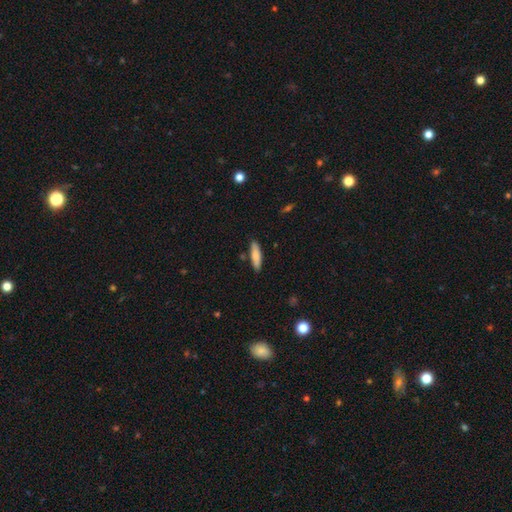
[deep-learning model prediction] Smooth or featured?
  - smooth: 82% *
  - featured or disk: 12%
  - star or artifact: 6%
How rounded?
  - cigar-shaped: 69% *
  - in between: 30%
  - round: 1%
Merging?
  - none: 85% *
  - minor disturbance: 10%
  - merger: 3%
  - major disturbance: 2%